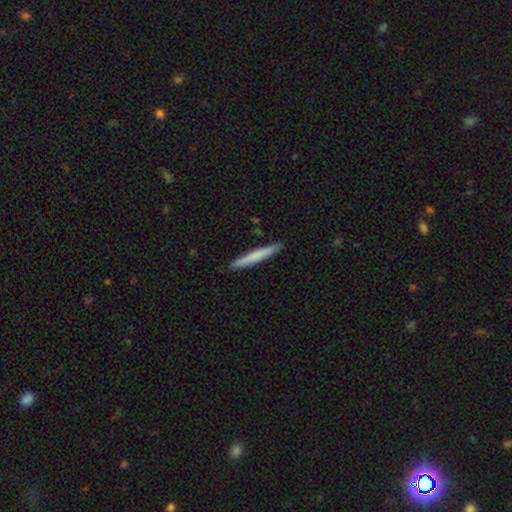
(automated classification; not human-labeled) Smooth or featured? Predicted: smooth (p=0.70). How rounded? Predicted: cigar-shaped (p=0.96). Merging? Predicted: none (p=0.91).